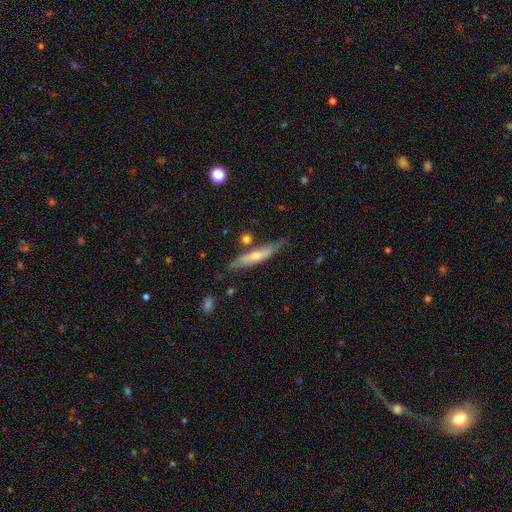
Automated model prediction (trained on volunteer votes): The model was most divided on "smooth or featured": featured or disk: 53%, smooth: 41%, star or artifact: 7%. More confident: edge-on disk — yes (80%); merging — none (73%).